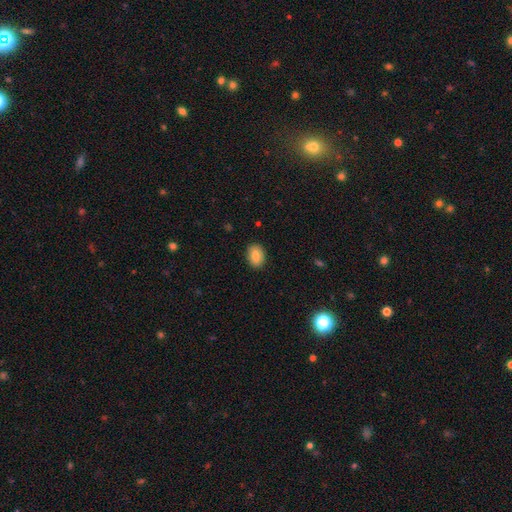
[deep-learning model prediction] A smooth galaxy with no disk features (83%) that is in between round and cigar-shaped (71%).

Vote fractions:
- Smooth or featured? smooth: 83% / featured or disk: 9% / star or artifact: 8%
- How rounded? in between: 71% / round: 28% / cigar-shaped: 1%
- Merging? none: 89% / minor disturbance: 8% / major disturbance: 2% / merger: 1%